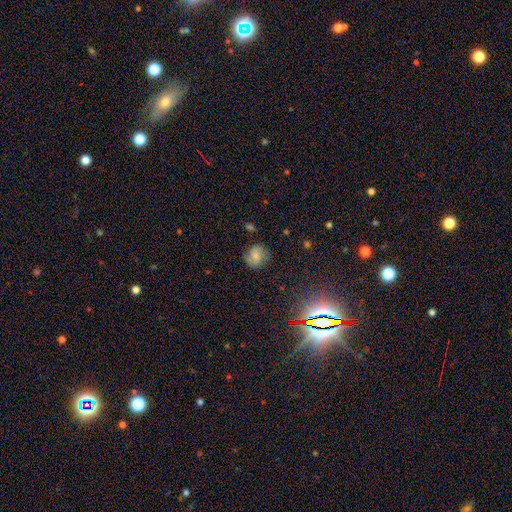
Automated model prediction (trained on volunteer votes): Smooth or featured: smooth — 67% (featured or disk — 20%)
How rounded: round — 69% (in between — 30%)
Merging: none — 77% (minor disturbance — 17%)